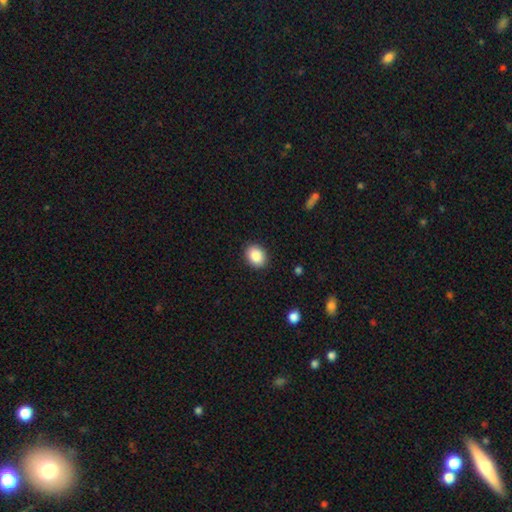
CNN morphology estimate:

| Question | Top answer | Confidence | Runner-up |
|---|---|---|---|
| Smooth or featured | smooth | 87% | star or artifact (8%) |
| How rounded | in between | 60% | round (39%) |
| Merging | none | 89% | minor disturbance (8%) |